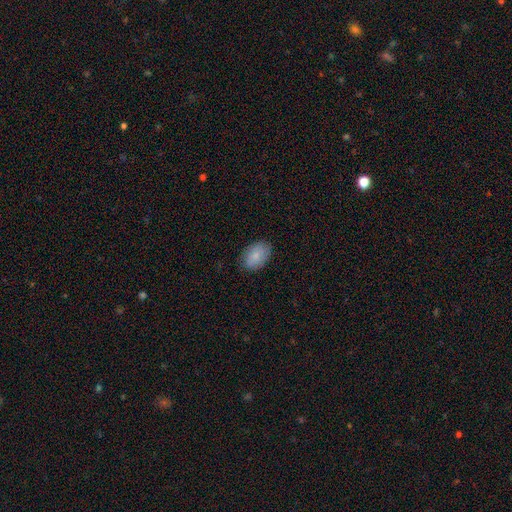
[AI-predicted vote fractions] smooth 83%, featured or disk 11%, star or artifact 6%. Down the decision tree: how rounded — in between (88%); merging — none (83%).